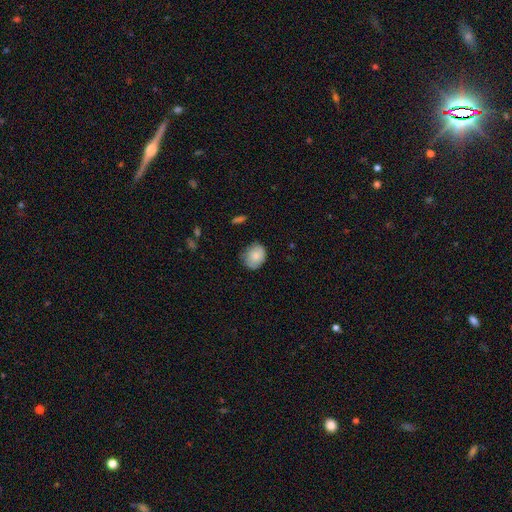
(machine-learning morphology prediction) Smooth or featured? smooth (80%)
How rounded? round (56%)
Merging? none (70%)